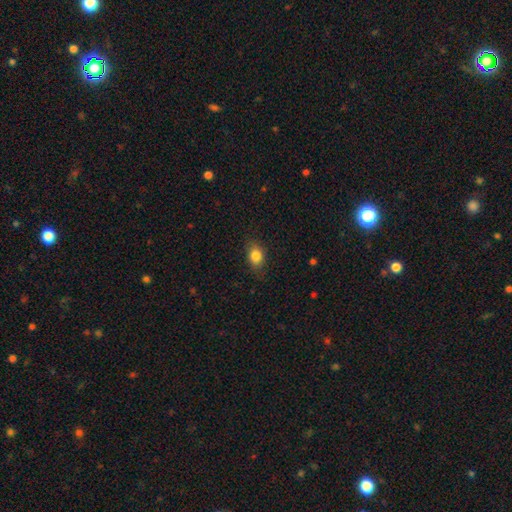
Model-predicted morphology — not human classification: A smooth galaxy with no disk features (84%) that is in between round and cigar-shaped (69%). Merging: none (82%).